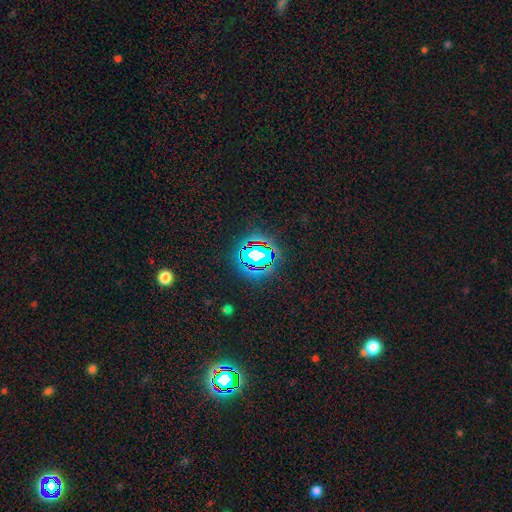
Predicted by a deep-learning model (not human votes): The model was most divided on "smooth or featured": star or artifact: 68%, smooth: 19%, featured or disk: 13%.